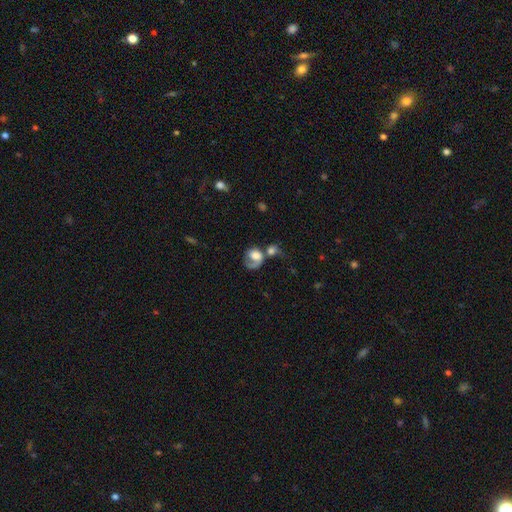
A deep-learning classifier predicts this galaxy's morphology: smooth-or-featured: smooth: 48% | featured or disk: 43% | star or artifact: 9%
  merging: merger: 41% | major disturbance: 27% | none: 21% | minor disturbance: 11%